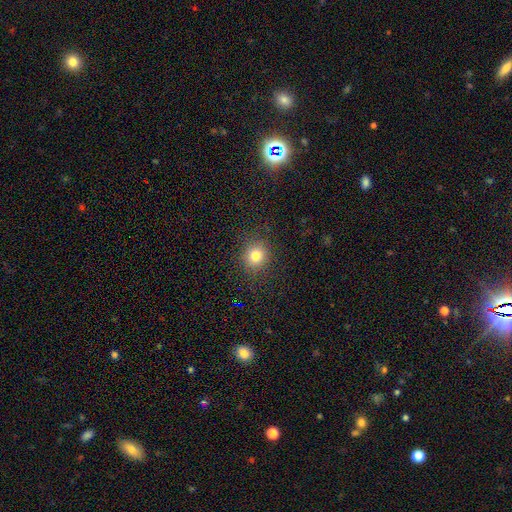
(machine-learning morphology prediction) Overall: smooth (78%). How rounded: round (85%). Merging: none (88%).